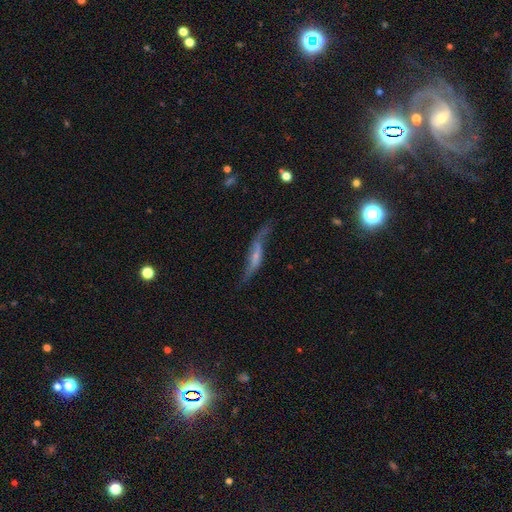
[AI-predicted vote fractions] Smooth or featured? featured or disk (67%)
Edge-on disk? no (59%)
Merging? none (51%)